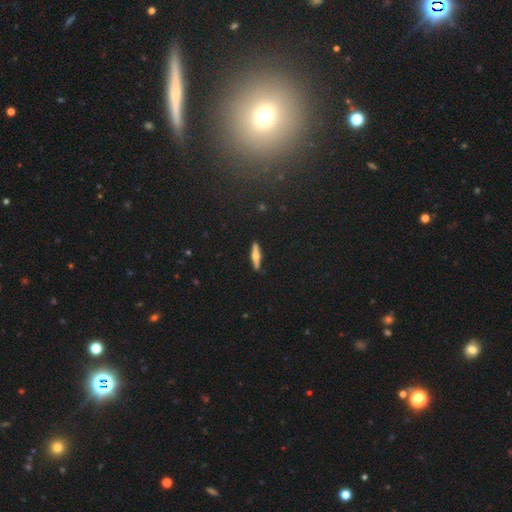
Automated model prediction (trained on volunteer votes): smooth-or-featured: featured or disk: 54% | smooth: 39% | star or artifact: 7%
  disk-edge-on: yes: 95% | no: 5%
    edge-on-bulge: rounded: 89% | boxy: 6% | none: 4%
  merging: none: 89% | minor disturbance: 8% | major disturbance: 2% | merger: 1%